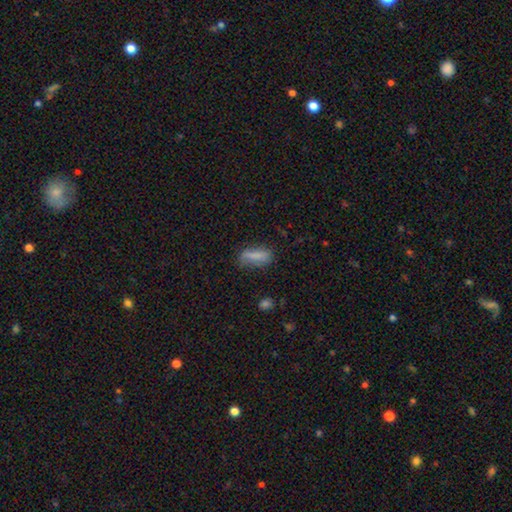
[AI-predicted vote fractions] This appears to be a smooth galaxy with no disk features (77%) that is in between round and cigar-shaped (65%). Merging: none (60%).